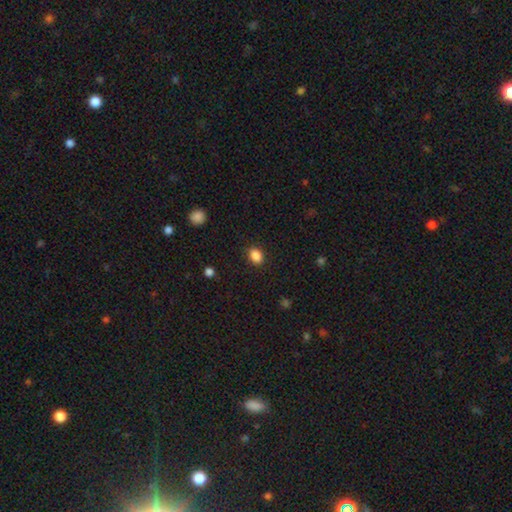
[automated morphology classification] Overall: smooth (87%). How rounded: in between (67%; round 32%). Merging: none (86%).